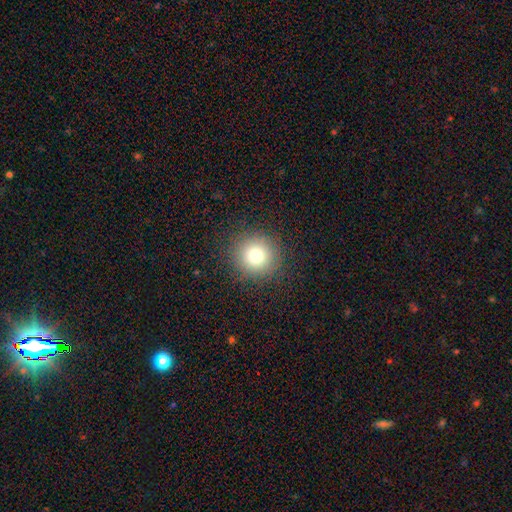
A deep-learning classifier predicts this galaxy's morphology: The model was most divided on "smooth or featured": smooth: 78%, star or artifact: 13%, featured or disk: 8%. More confident: how rounded — round (93%); merging — none (90%).